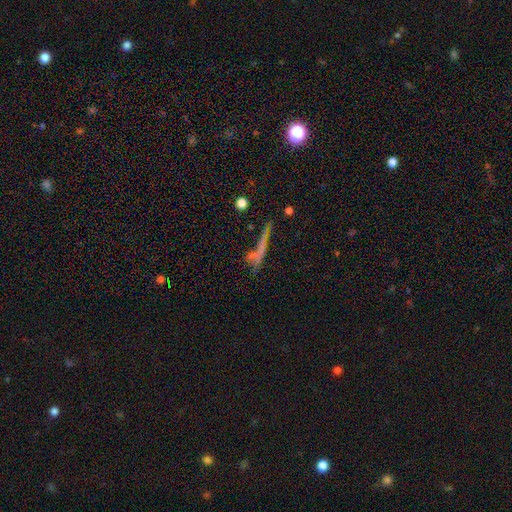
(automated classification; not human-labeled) The model was most divided on "smooth or featured": smooth: 41%, featured or disk: 38%, star or artifact: 21%. Remaining: merging — none (47%).